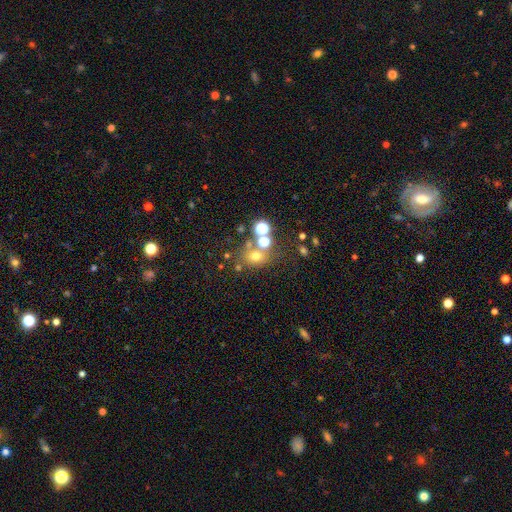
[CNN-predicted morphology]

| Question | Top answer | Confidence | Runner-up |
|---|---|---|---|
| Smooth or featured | smooth | 61% | star or artifact (25%) |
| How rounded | round | 68% | in between (31%) |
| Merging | none | 60% | merger (23%) |